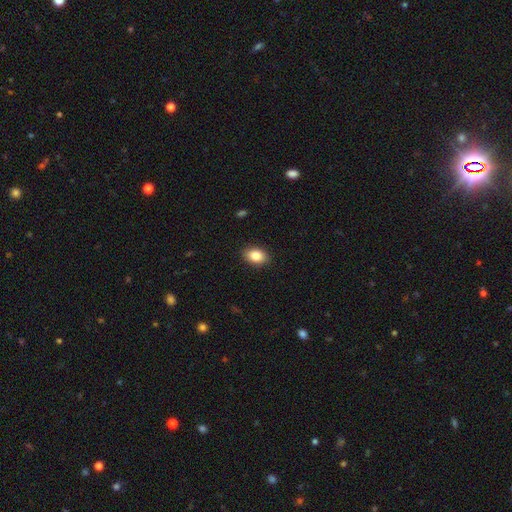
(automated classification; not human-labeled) smooth_or_featured: smooth (p=0.85) [alt: star or artifact p=0.08]
how_rounded: in between (p=0.84) [alt: round p=0.15]
merging: none (p=0.89) [alt: minor disturbance p=0.08]